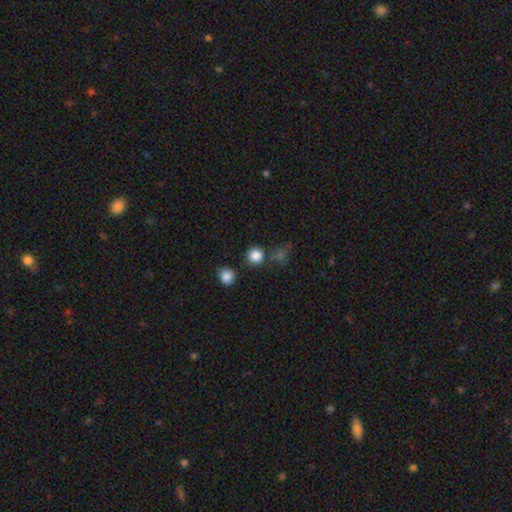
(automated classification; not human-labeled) This is clearly a smooth galaxy (83%). How rounded: clearly round (93%). Merging: clearly none (81%).